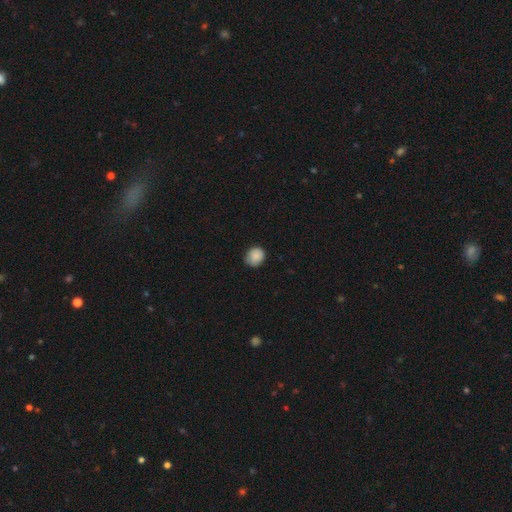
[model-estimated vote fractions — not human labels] This appears to be a smooth galaxy with no disk features (87%) that is round (76%). Merging: none (76%).